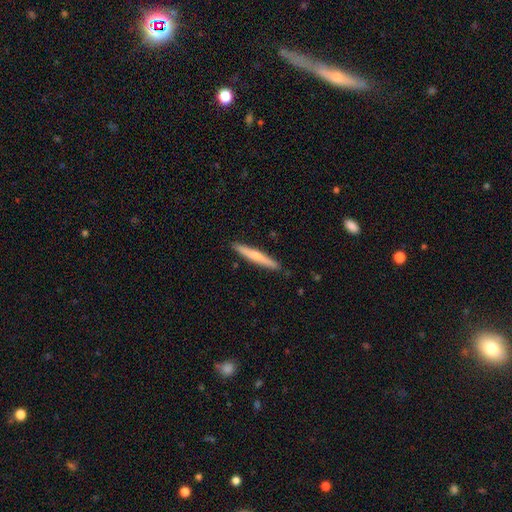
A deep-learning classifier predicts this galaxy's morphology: Smooth or featured? Predicted: smooth (p=0.51). How rounded? Predicted: cigar-shaped (p=0.95). Merging? Predicted: none (p=0.90).